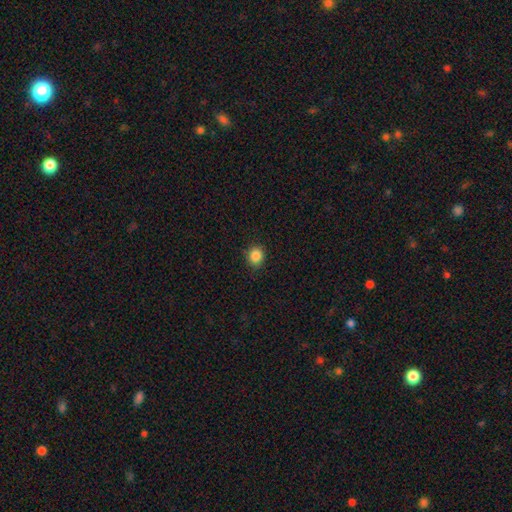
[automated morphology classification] Smooth or featured: smooth — 85% (star or artifact — 10%)
How rounded: round — 80% (in between — 20%)
Merging: none — 87% (minor disturbance — 10%)